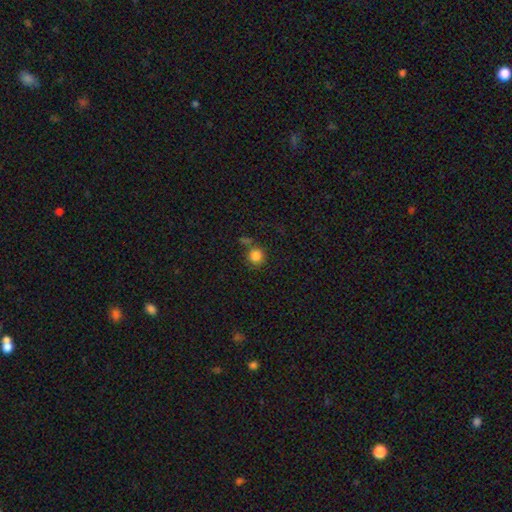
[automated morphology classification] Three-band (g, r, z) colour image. It shows a smooth galaxy with no disk features (84%) that is round (91%). Merging: none (71%).